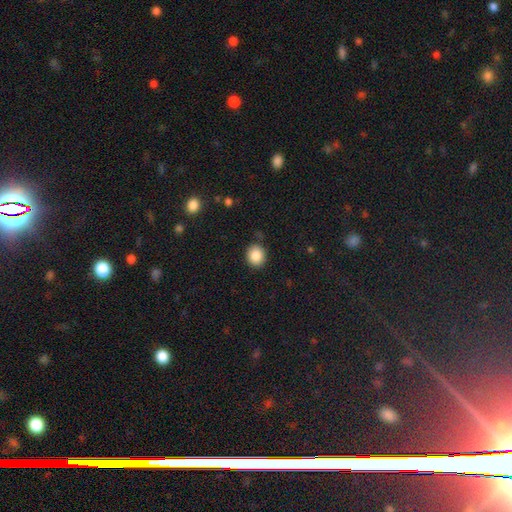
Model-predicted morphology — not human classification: Smooth or featured: smooth — 86% (star or artifact — 9%)
How rounded: round — 80% (in between — 19%)
Merging: none — 86% (minor disturbance — 10%)